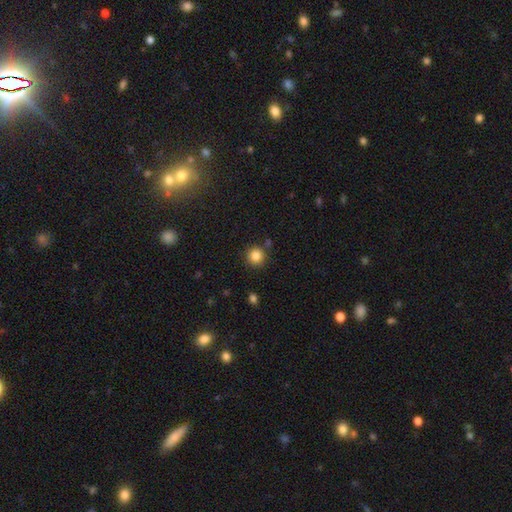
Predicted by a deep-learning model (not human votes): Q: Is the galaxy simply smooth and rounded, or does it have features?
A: smooth — 85%.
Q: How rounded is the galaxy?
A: round — 93%.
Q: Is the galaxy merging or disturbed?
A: none — 85%.